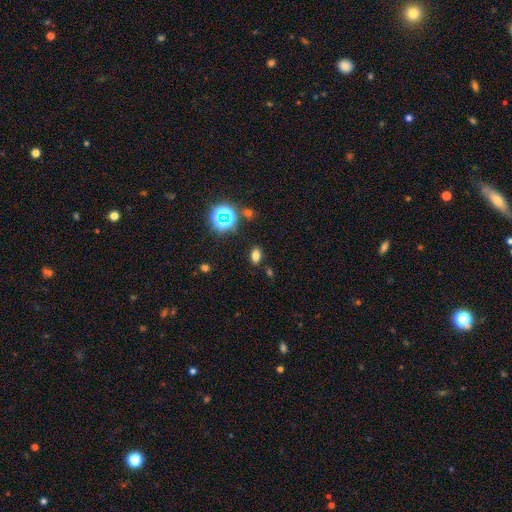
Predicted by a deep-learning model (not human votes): Smooth or featured? Predicted: smooth (p=0.71). How rounded? Predicted: in between (p=0.85). Merging? Predicted: none (p=0.86).